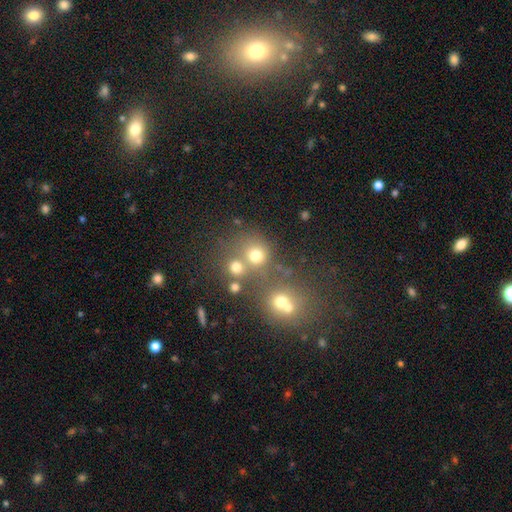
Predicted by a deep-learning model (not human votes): Overall: smooth (71%). How rounded: round (84%). Merging: none (56%; merger 31%).